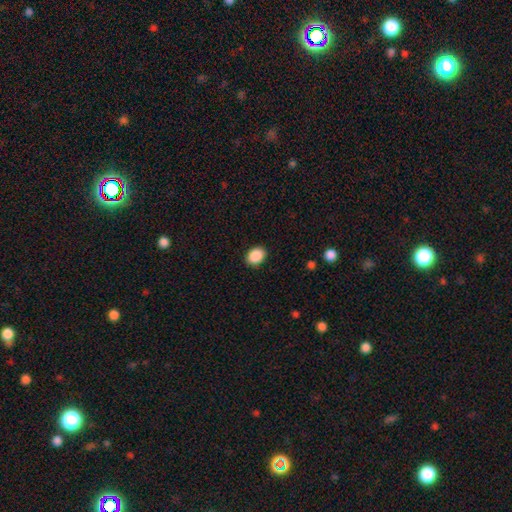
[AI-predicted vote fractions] Smooth or featured?
  - smooth: 90% *
  - star or artifact: 8%
  - featured or disk: 3%
How rounded?
  - in between: 65% *
  - round: 34%
  - cigar-shaped: 1%
Merging?
  - none: 88% *
  - minor disturbance: 8%
  - major disturbance: 2%
  - merger: 1%